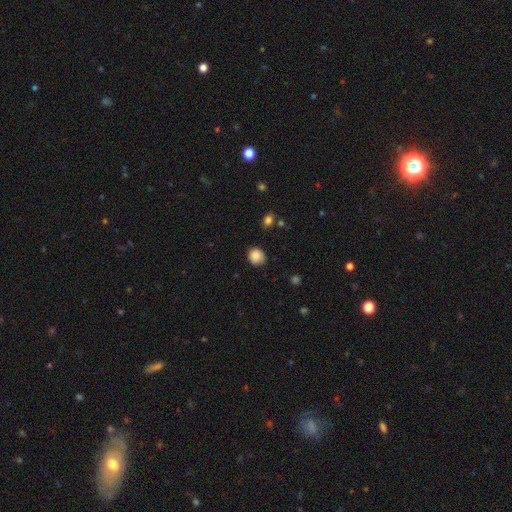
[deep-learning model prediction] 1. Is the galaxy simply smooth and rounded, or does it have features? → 86% smooth, 9% star or artifact, 4% featured or disk.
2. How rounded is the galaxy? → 86% round, 13% in between, 1% cigar-shaped.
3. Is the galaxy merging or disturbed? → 81% none, 14% minor disturbance, 3% major disturbance, 1% merger.